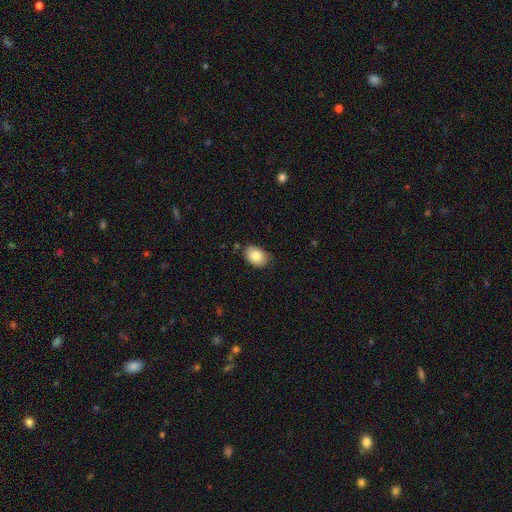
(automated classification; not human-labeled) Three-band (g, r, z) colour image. It shows a smooth galaxy with no disk features (85%) that is in between round and cigar-shaped (79%). Merging: none (75%).